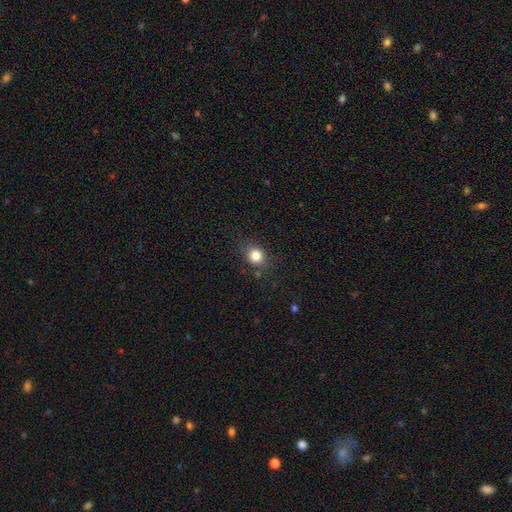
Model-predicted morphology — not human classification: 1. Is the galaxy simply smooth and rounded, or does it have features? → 82% smooth, 12% star or artifact, 6% featured or disk.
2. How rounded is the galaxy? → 70% round, 29% in between, 1% cigar-shaped.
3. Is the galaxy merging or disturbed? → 79% none, 14% minor disturbance, 4% major disturbance, 2% merger.